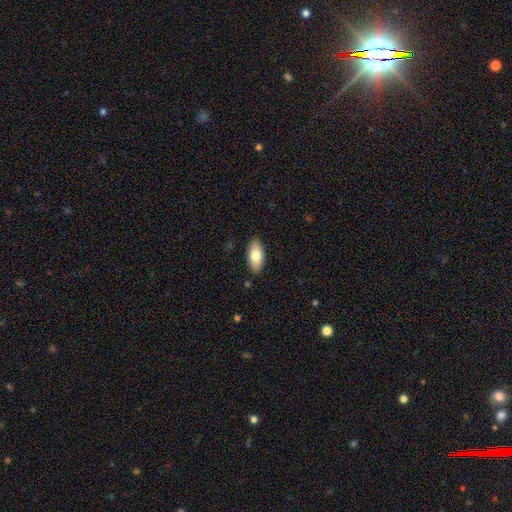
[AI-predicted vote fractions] A smooth galaxy with no disk features (77%) that is in between round and cigar-shaped (90%).

Vote fractions:
- Smooth or featured? smooth: 77% / featured or disk: 17% / star or artifact: 6%
- How rounded? in between: 90% / cigar-shaped: 7% / round: 3%
- Merging? none: 88% / minor disturbance: 9% / major disturbance: 2% / merger: 1%